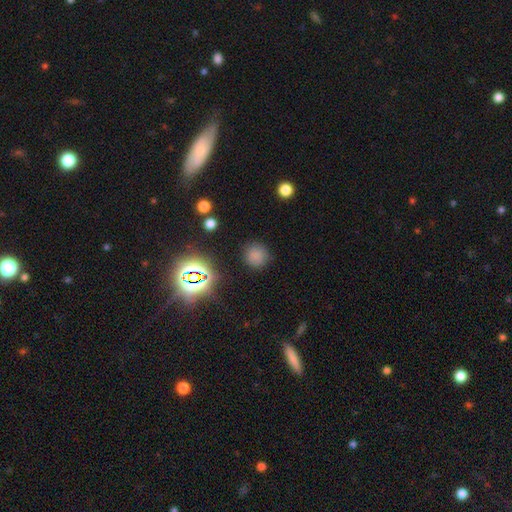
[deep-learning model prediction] Overall: smooth (73%). How rounded: round (91%). Merging: none (86%).